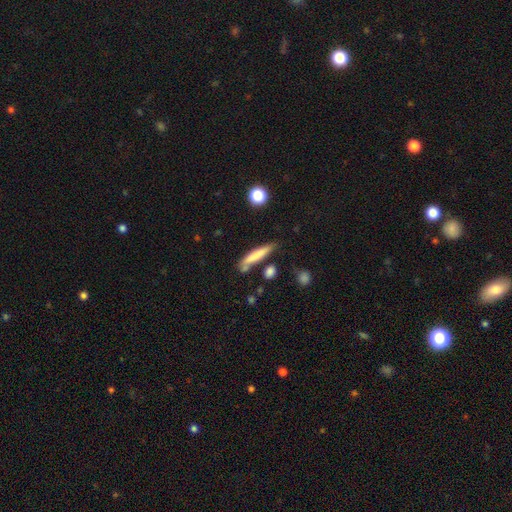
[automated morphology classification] Smooth or featured? smooth (73%)
How rounded? cigar-shaped (89%)
Merging? none (67%)